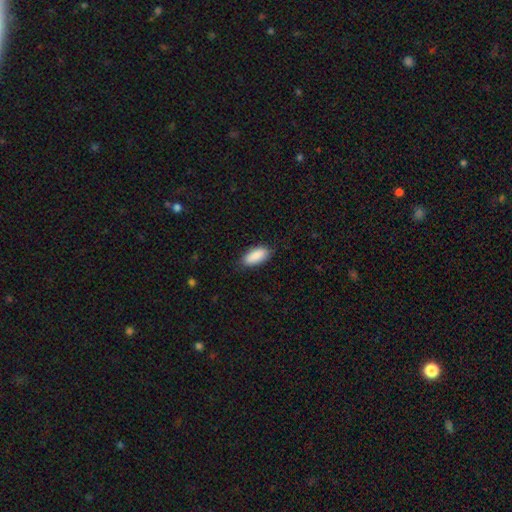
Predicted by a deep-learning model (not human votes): This appears to be a smooth galaxy with no disk features (90%) that is in between round and cigar-shaped (87%). Merging: none (83%).